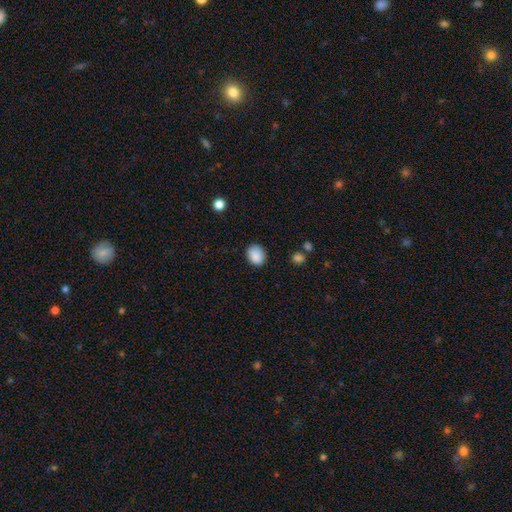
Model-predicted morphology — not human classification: type=smooth (89%); roundness=in between (51%); merging=none (84%).